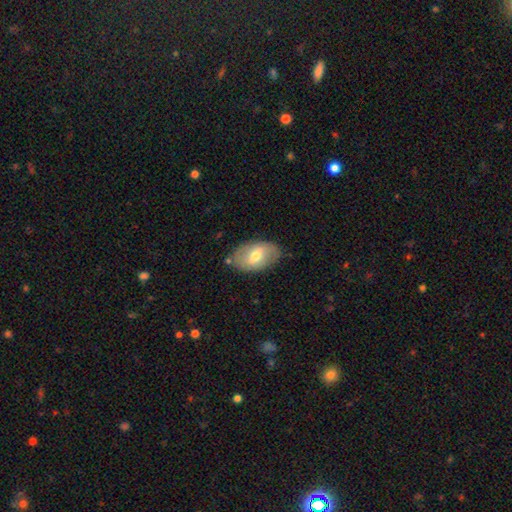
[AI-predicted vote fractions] Overall: smooth (57%; featured or disk 37%). How rounded: in between (91%). Merging: none (79%).